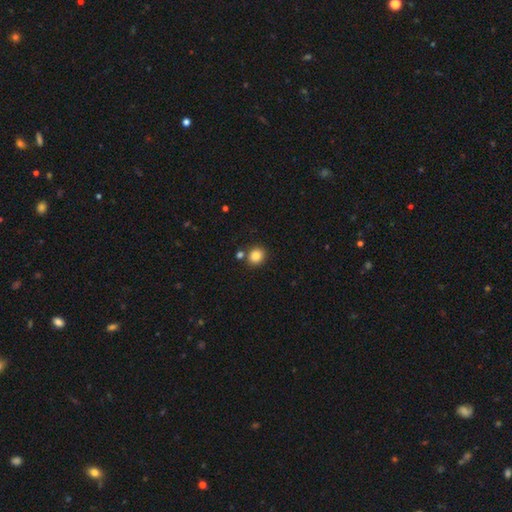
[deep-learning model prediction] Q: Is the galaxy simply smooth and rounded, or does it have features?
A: smooth — 85%.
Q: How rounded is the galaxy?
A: round — 77%.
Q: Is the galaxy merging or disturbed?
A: none — 78%.